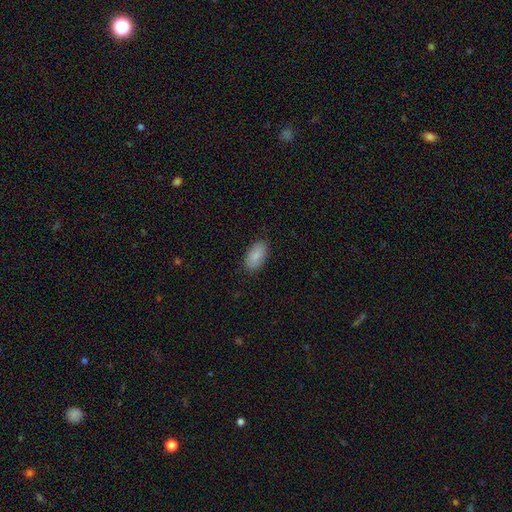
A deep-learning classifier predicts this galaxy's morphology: A smooth galaxy with no disk features (88%) that is in between round and cigar-shaped (94%).

Vote fractions:
- Smooth or featured? smooth: 88% / star or artifact: 6% / featured or disk: 5%
- How rounded? in between: 94% / cigar-shaped: 4% / round: 2%
- Merging? none: 88% / minor disturbance: 9% / major disturbance: 2% / merger: 1%